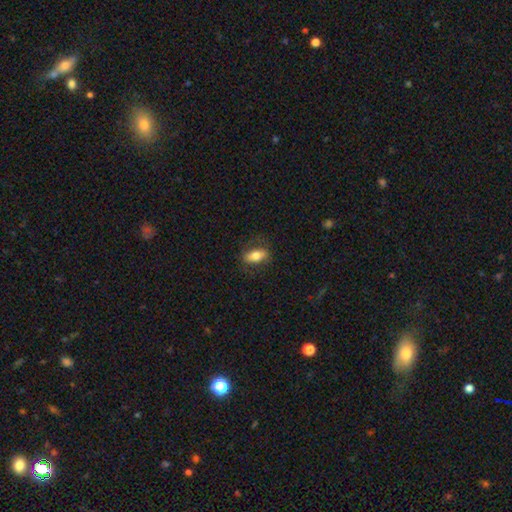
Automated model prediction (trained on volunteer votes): Smooth or featured? smooth (70%)
How rounded? in between (84%)
Merging? none (75%)